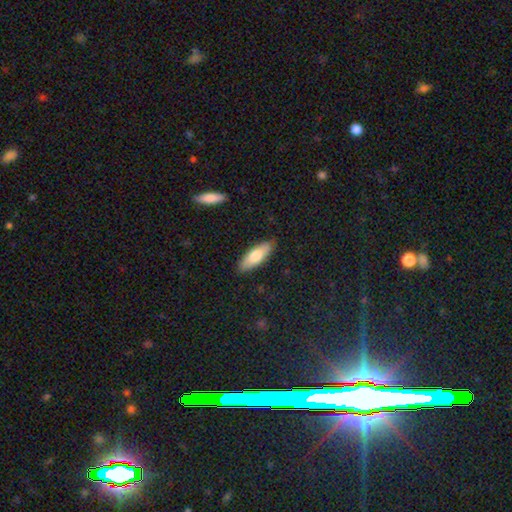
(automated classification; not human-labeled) This is likely a smooth galaxy (74%). How rounded: likely in between (62%). Merging: clearly none (88%).